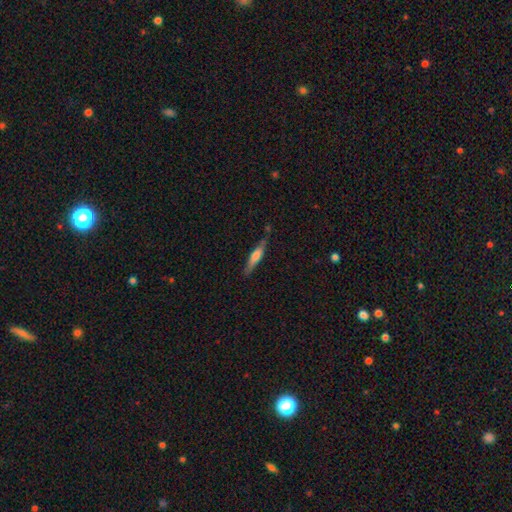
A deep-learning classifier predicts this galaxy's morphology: The model was most divided on "smooth or featured": smooth: 54%, featured or disk: 40%, star or artifact: 6%. More confident: how rounded — cigar-shaped (84%); merging — none (78%).